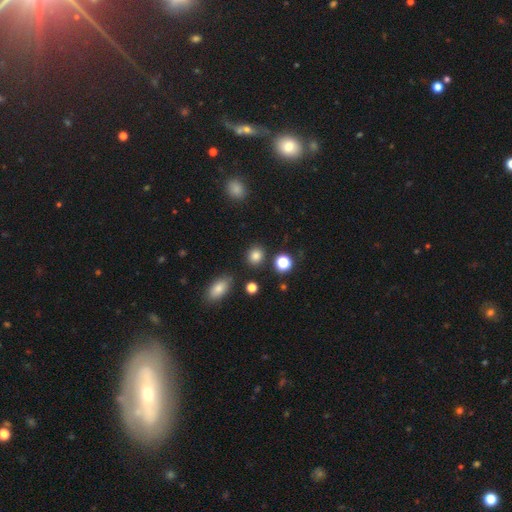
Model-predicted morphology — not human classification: type=smooth (83%); roundness=round (76%); merging=none (86%).